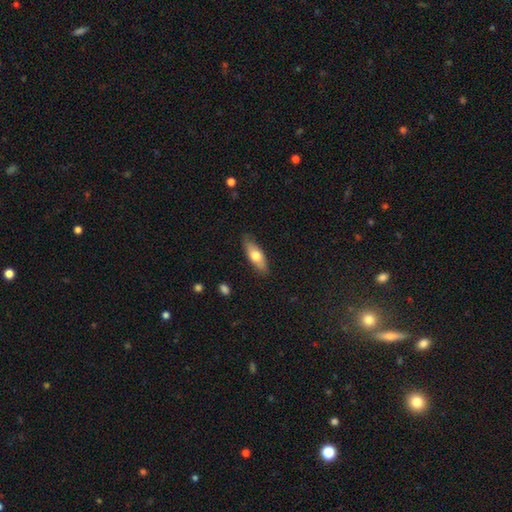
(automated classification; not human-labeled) The model was most divided on "how rounded": in between: 63%, cigar-shaped: 35%, round: 3%. More confident: merging — none (85%); smooth or featured — smooth (67%).